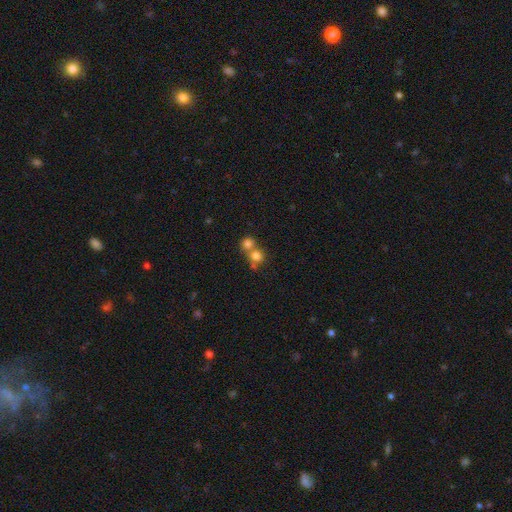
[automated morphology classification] type=smooth (76%); roundness=round (87%); merging=merger (49%).